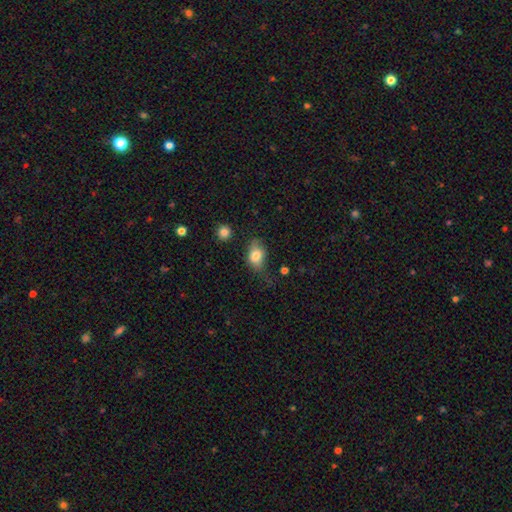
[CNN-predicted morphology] Overall: smooth (78%). How rounded: in between (77%). Merging: none (47%; minor disturbance 34%).